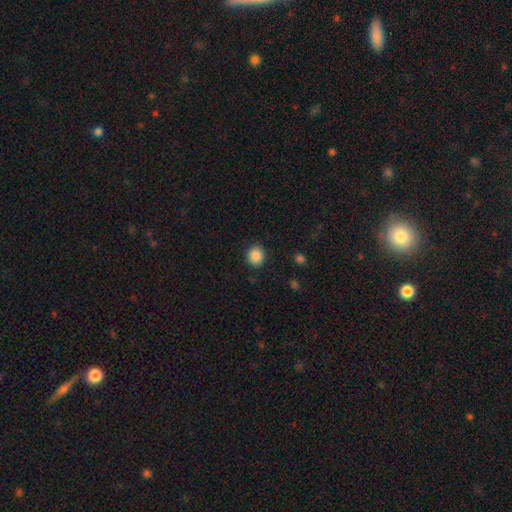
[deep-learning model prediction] A smooth galaxy with no disk features (87%) that is round (85%). Merging: none (90%).